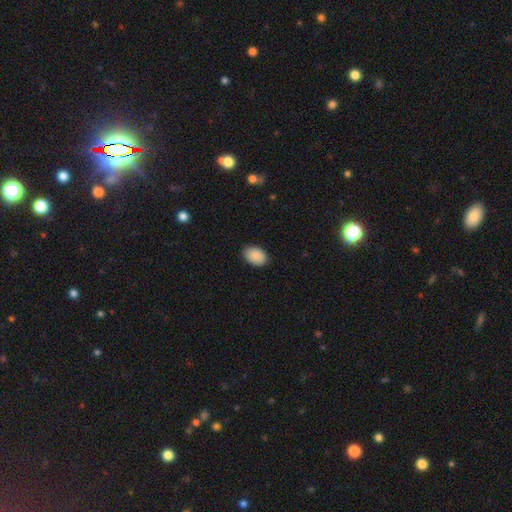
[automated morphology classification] A smooth galaxy with no disk features (89%) that is in between round and cigar-shaped (87%).

Vote fractions:
- Smooth or featured? smooth: 89% / star or artifact: 7% / featured or disk: 4%
- How rounded? in between: 87% / round: 12% / cigar-shaped: 1%
- Merging? none: 87% / minor disturbance: 10% / major disturbance: 2% / merger: 1%